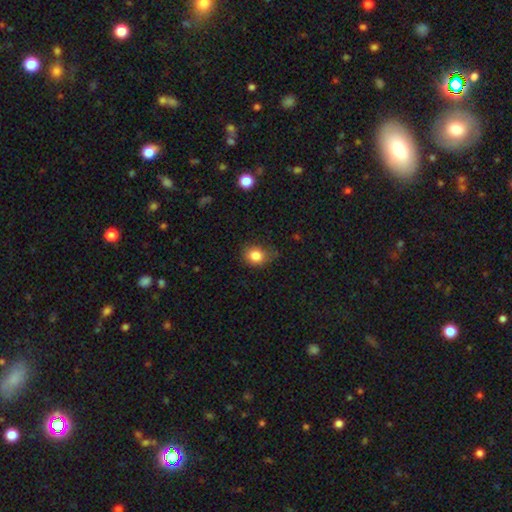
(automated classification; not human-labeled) Q: Smooth or featured?
A: smooth (82%); runner-up: star or artifact (11%)
Q: How rounded?
A: round (58%); runner-up: in between (41%)
Q: Merging?
A: none (62%); runner-up: minor disturbance (29%)